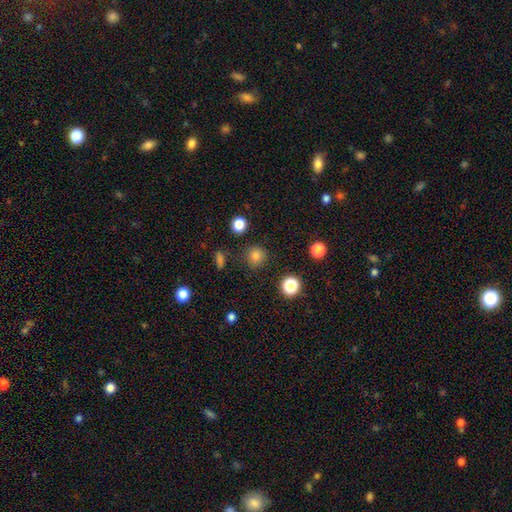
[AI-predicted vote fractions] Smooth or featured: smooth — 81% (star or artifact — 14%)
How rounded: round — 92% (in between — 7%)
Merging: none — 88% (minor disturbance — 7%)